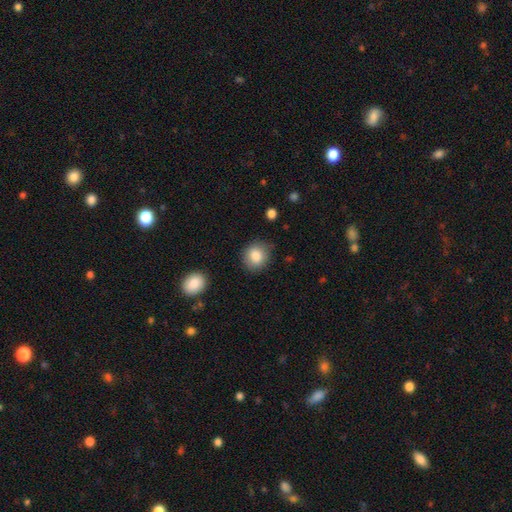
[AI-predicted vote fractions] A smooth galaxy with no disk features (84%) that is round (82%). Merging: none (84%).